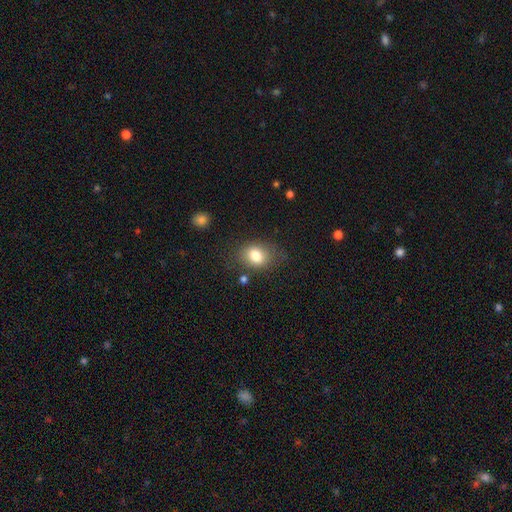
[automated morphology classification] smooth 81%, featured or disk 10%, star or artifact 9%. Down the decision tree: how rounded — in between (65%); merging — none (68%).